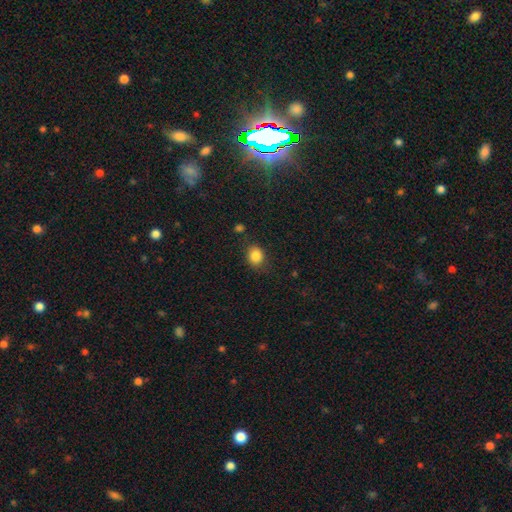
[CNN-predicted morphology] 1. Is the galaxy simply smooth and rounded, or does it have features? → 85% smooth, 10% star or artifact, 5% featured or disk.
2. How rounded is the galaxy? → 53% round, 46% in between, 1% cigar-shaped.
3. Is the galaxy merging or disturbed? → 77% none, 16% minor disturbance, 4% major disturbance, 3% merger.